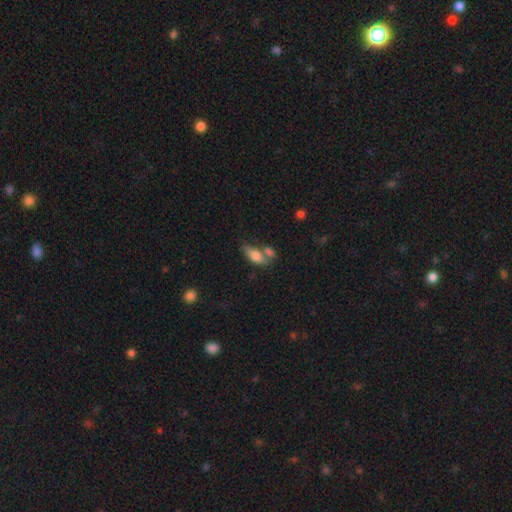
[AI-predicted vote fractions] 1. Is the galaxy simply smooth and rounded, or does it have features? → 73% smooth, 19% featured or disk, 8% star or artifact.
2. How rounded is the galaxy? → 81% in between, 14% cigar-shaped, 5% round.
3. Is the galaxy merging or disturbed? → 38% merger, 36% none, 17% minor disturbance, 9% major disturbance.